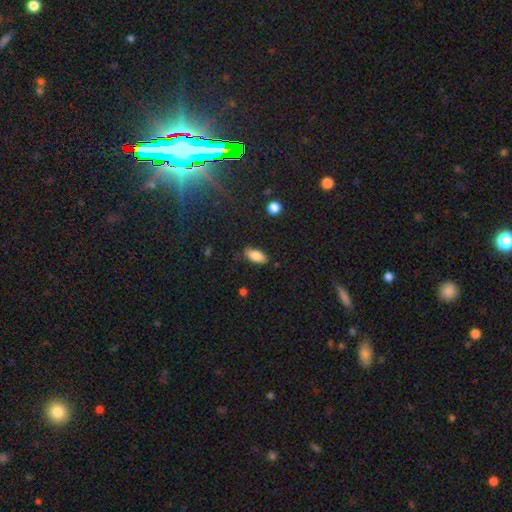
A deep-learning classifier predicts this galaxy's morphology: Overall: smooth (83%). How rounded: in between (90%). Merging: none (83%).